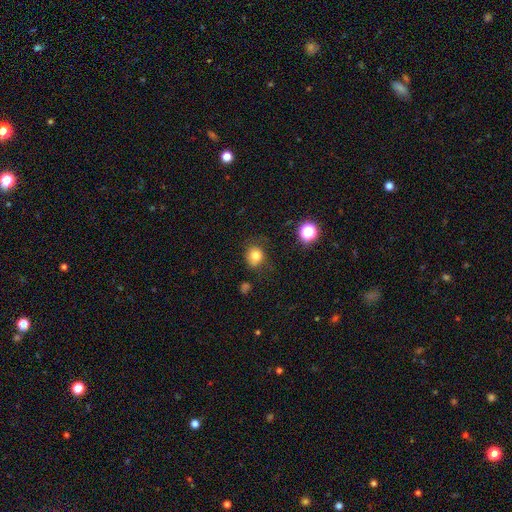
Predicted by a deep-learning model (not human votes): Smooth or featured?
  - smooth: 77% *
  - star or artifact: 14%
  - featured or disk: 9%
How rounded?
  - round: 79% *
  - in between: 20%
  - cigar-shaped: 1%
Merging?
  - none: 67% *
  - minor disturbance: 22%
  - major disturbance: 9%
  - merger: 3%